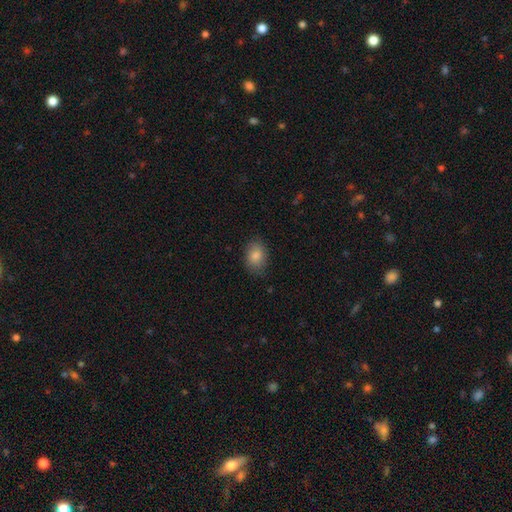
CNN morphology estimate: Smooth or featured?
  - smooth: 85% *
  - star or artifact: 8%
  - featured or disk: 7%
How rounded?
  - in between: 75% *
  - round: 24%
  - cigar-shaped: 1%
Merging?
  - none: 80% *
  - minor disturbance: 16%
  - major disturbance: 3%
  - merger: 1%